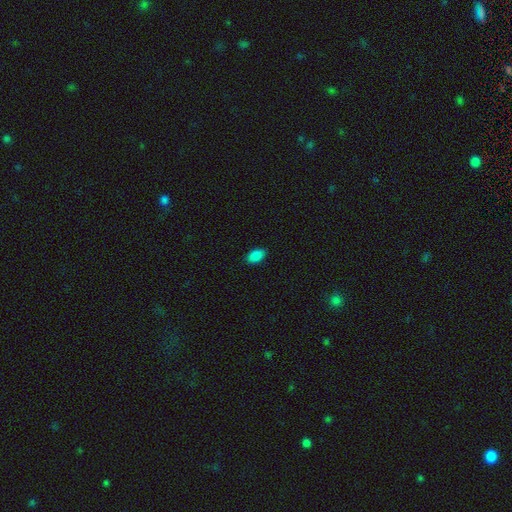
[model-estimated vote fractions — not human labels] smooth_or_featured: smooth (p=0.88) [alt: star or artifact p=0.09]
how_rounded: in between (p=0.92) [alt: round p=0.06]
merging: none (p=0.88) [alt: minor disturbance p=0.09]